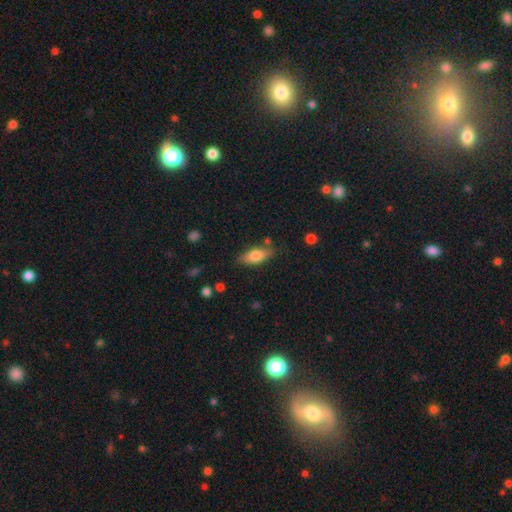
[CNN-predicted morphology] smooth_or_featured: smooth (p=0.70) [alt: featured or disk p=0.23]
how_rounded: in between (p=0.74) [alt: cigar-shaped p=0.23]
merging: none (p=0.79) [alt: minor disturbance p=0.14]